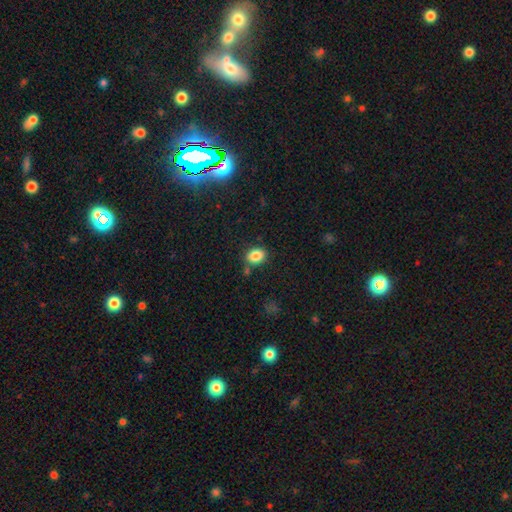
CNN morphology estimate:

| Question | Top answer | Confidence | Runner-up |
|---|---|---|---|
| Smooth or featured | smooth | 85% | star or artifact (9%) |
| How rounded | in between | 60% | round (39%) |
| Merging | none | 76% | minor disturbance (13%) |